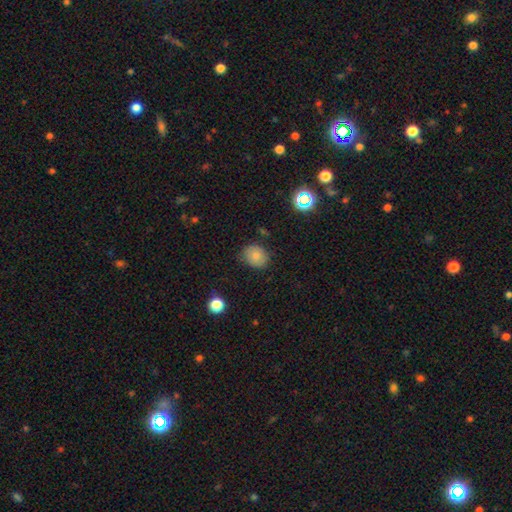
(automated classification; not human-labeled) Smooth or featured: smooth — 78% (featured or disk — 11%)
How rounded: round — 62% (in between — 37%)
Merging: none — 78% (minor disturbance — 16%)